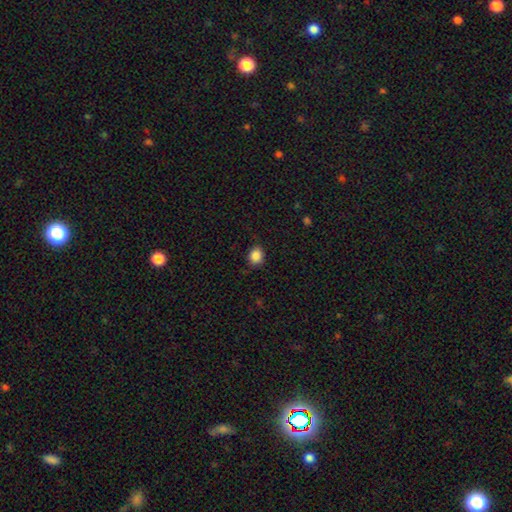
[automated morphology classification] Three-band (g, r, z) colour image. It shows a smooth galaxy with no disk features (86%) that is round (68%). Merging: none (83%).